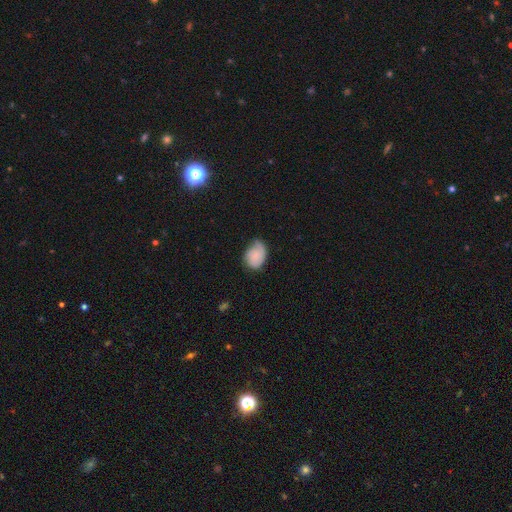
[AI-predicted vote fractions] The model was most divided on "merging": none: 46%, minor disturbance: 40%, major disturbance: 12%, merger: 2%. More confident: how rounded — in between (74%); smooth or featured — smooth (67%).